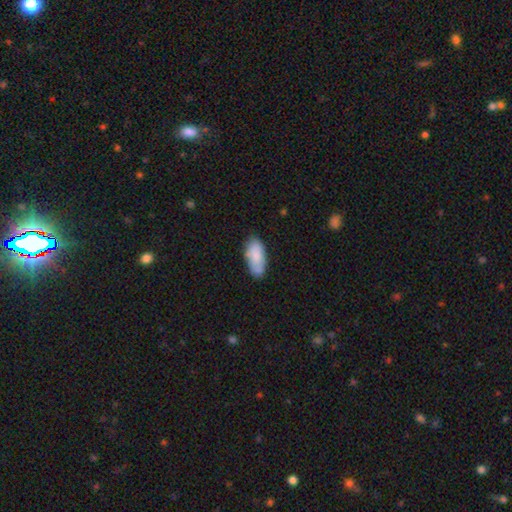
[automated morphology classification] Smooth or featured? smooth (83%)
How rounded? in between (90%)
Merging? none (72%)